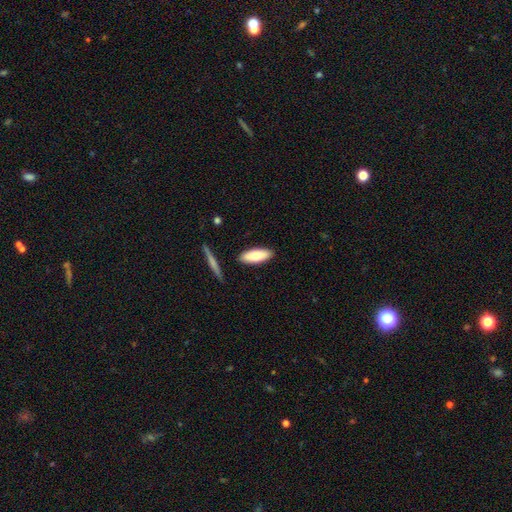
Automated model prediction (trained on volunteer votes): Morphology: type=smooth (77%); roundness=in between (73%); merging=none (87%).